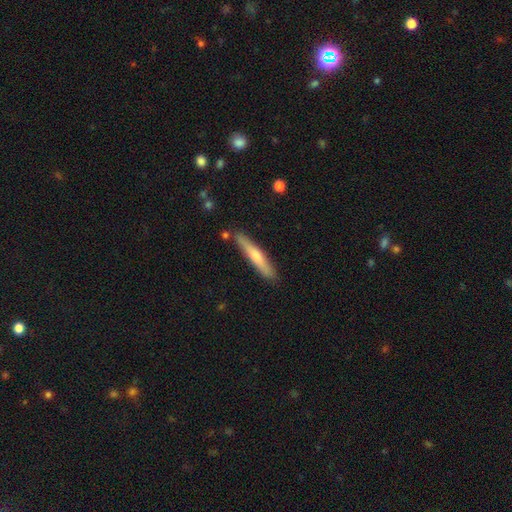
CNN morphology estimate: Smooth or featured: smooth — 58% (featured or disk — 37%)
How rounded: cigar-shaped — 92% (in between — 6%)
Merging: none — 84% (minor disturbance — 11%)